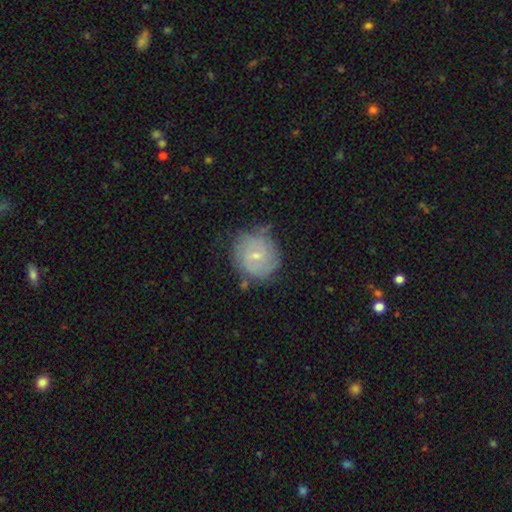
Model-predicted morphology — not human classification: Overall: featured or disk (60%; smooth 32%). Edge-on disk: no (97%). Bar: no (52%; weak 42%). Spiral arms: yes (82%). Bulge size: small (68%; moderate 28%). Merging: none (70%).